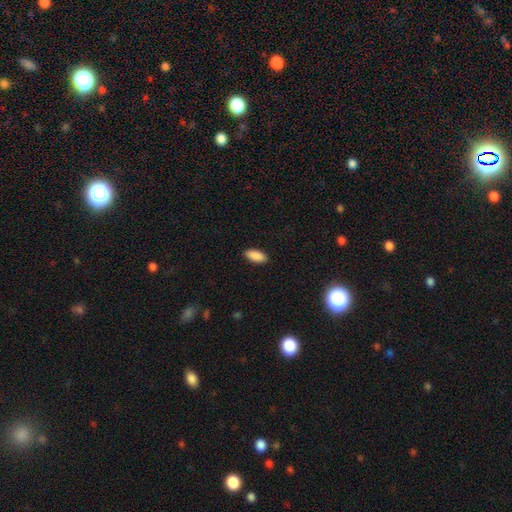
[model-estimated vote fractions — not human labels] Q: Smooth or featured?
A: smooth (90%); runner-up: star or artifact (6%)
Q: How rounded?
A: in between (87%); runner-up: cigar-shaped (11%)
Q: Merging?
A: none (89%); runner-up: minor disturbance (8%)